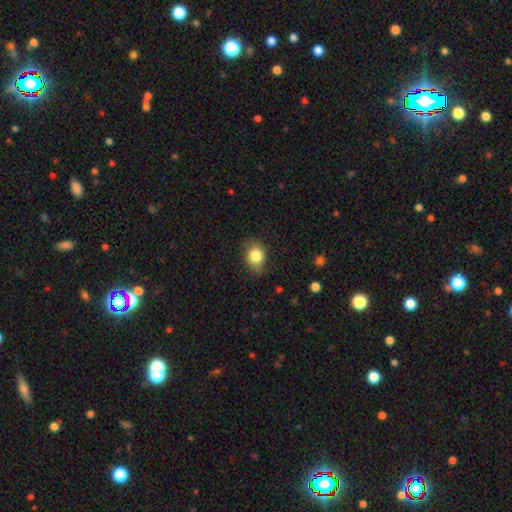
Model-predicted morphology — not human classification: Q: Smooth or featured?
A: smooth (83%); runner-up: star or artifact (9%)
Q: How rounded?
A: in between (53%); runner-up: round (45%)
Q: Merging?
A: none (74%); runner-up: minor disturbance (20%)